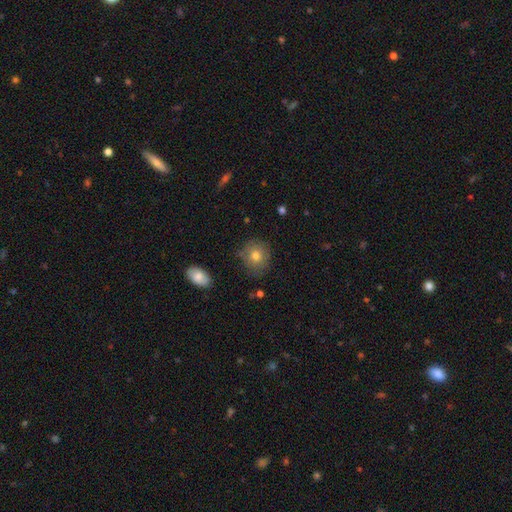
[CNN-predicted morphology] Overall: smooth (76%). How rounded: round (79%). Merging: none (78%).